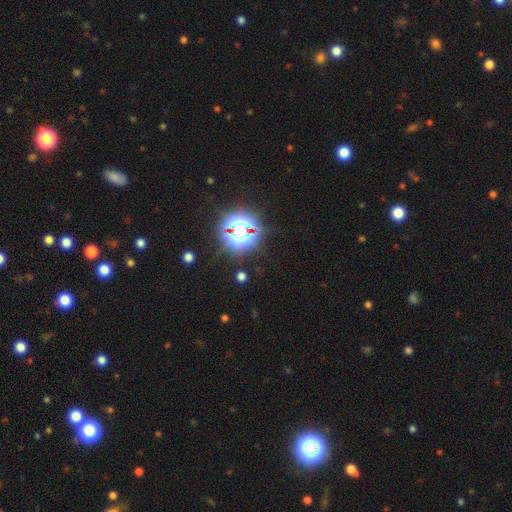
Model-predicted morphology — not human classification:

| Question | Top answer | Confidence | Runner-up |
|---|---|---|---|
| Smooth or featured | star or artifact | 81% | smooth (12%) |